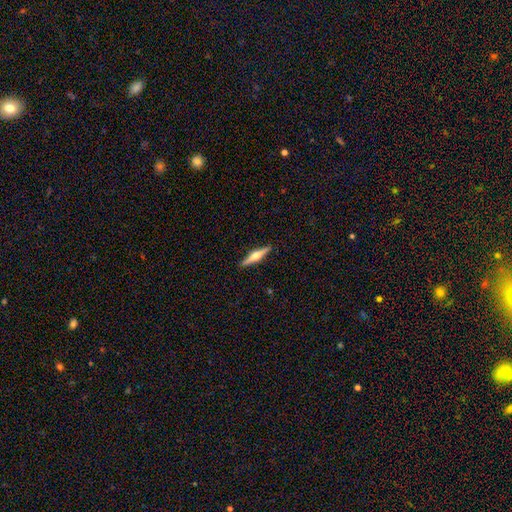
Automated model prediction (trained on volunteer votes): The model was most divided on "smooth or featured": featured or disk: 67%, smooth: 28%, star or artifact: 5%. More confident: edge-on disk — yes (97%); edge-on bulge — rounded (93%); merging — none (90%).